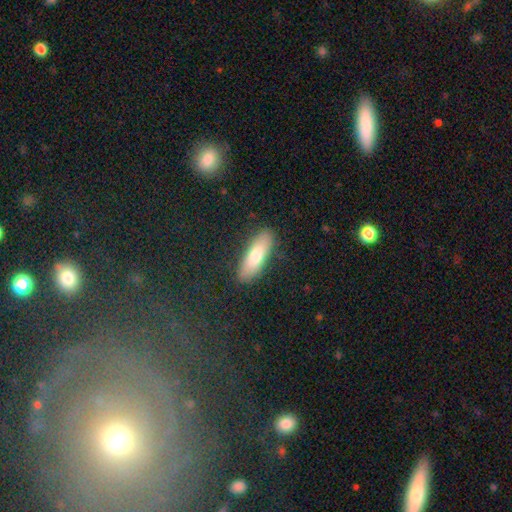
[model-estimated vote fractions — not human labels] smooth_or_featured: smooth (p=0.75) [alt: featured or disk p=0.19]
how_rounded: cigar-shaped (p=0.52) [alt: in between p=0.46]
merging: none (p=0.87) [alt: minor disturbance p=0.09]